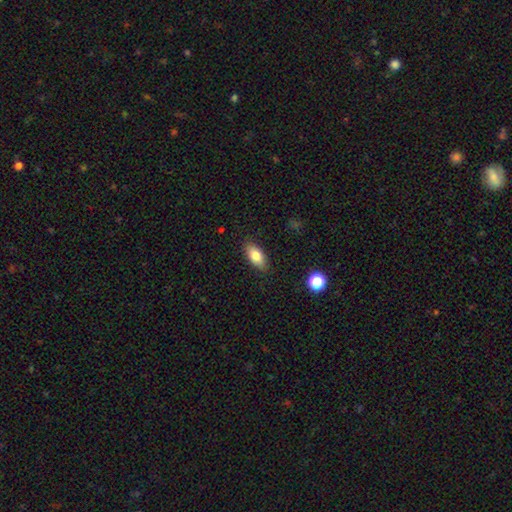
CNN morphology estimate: This is likely a smooth galaxy (79%). How rounded: clearly in between (88%). Merging: clearly none (86%).